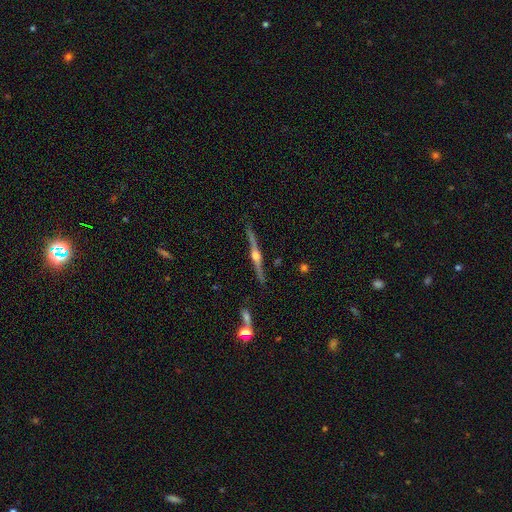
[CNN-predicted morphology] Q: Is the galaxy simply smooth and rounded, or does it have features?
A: featured or disk — 87%.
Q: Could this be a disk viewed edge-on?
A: yes — 98%.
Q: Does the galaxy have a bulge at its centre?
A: rounded — 94%.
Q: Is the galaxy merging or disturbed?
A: none — 87%.